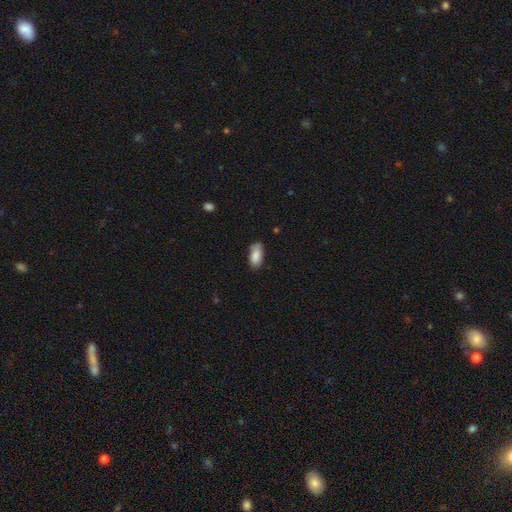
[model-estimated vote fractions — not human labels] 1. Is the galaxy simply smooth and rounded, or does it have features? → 86% smooth, 7% featured or disk, 7% star or artifact.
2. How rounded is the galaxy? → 91% in between, 6% cigar-shaped, 3% round.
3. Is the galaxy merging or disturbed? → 69% none, 25% minor disturbance, 4% major disturbance, 2% merger.